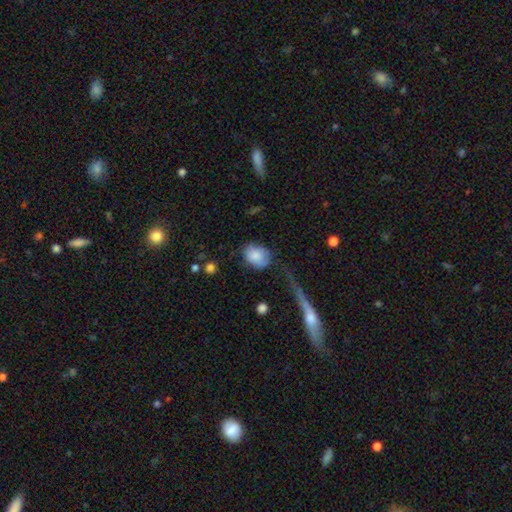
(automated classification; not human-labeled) smooth-or-featured: smooth: 81% | featured or disk: 12% | star or artifact: 7%
  how-rounded: in between: 57% | round: 42% | cigar-shaped: 1%
  merging: none: 58% | minor disturbance: 26% | major disturbance: 11% | merger: 5%